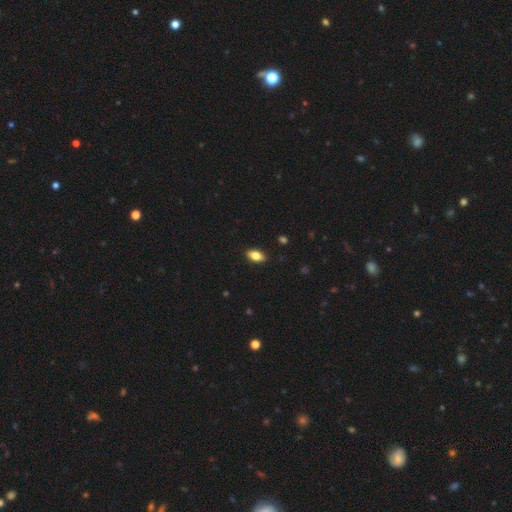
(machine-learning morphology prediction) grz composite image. It shows a smooth galaxy with no disk features (84%) that is in between round and cigar-shaped (91%). Merging: none (89%).